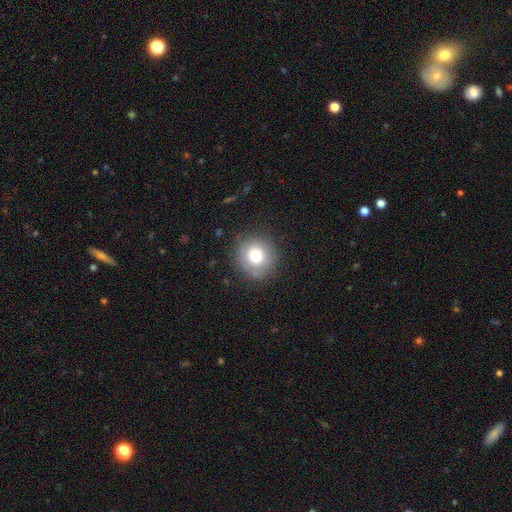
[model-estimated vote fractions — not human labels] Smooth or featured? smooth (77%)
How rounded? round (92%)
Merging? none (86%)